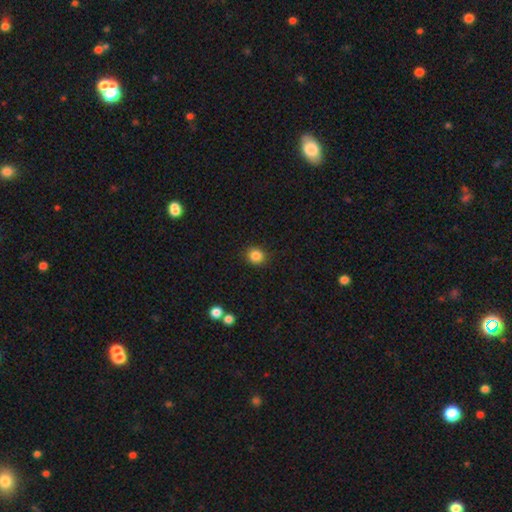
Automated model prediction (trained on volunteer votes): This appears to be a smooth galaxy with no disk features (85%) that is round (82%). Merging: none (89%).